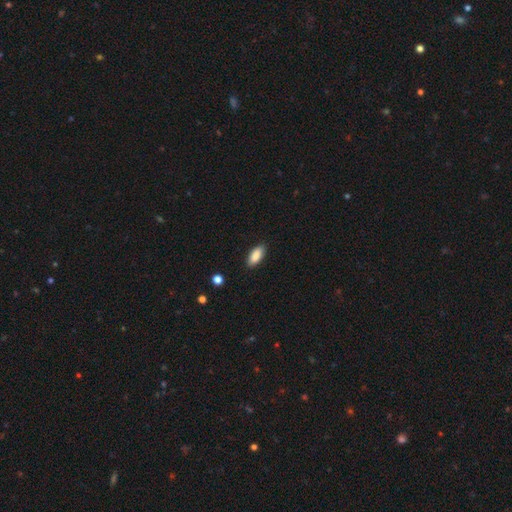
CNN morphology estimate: Smooth or featured? Predicted: smooth (p=0.88). How rounded? Predicted: in between (p=0.86). Merging? Predicted: none (p=0.88).